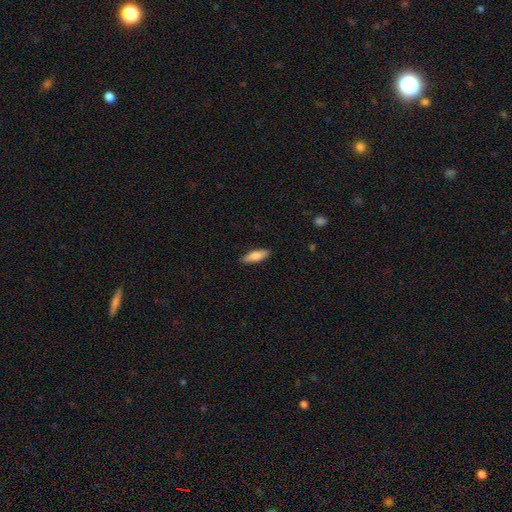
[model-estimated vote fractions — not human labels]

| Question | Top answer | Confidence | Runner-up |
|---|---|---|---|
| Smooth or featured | smooth | 78% | featured or disk (17%) |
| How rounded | in between | 54% | cigar-shaped (44%) |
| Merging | none | 87% | minor disturbance (10%) |